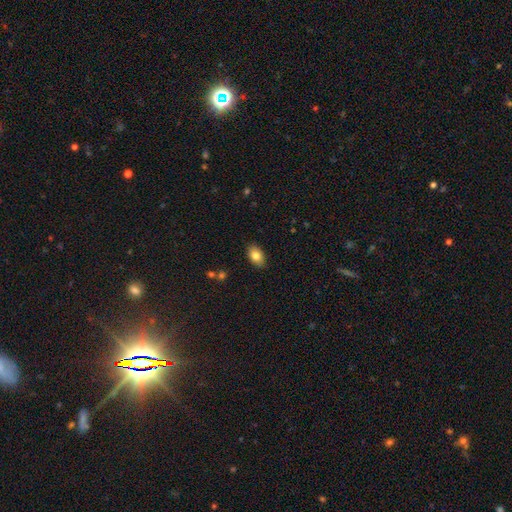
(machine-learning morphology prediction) A smooth galaxy with no disk features (82%) that is in between round and cigar-shaped (89%). Merging: none (87%).